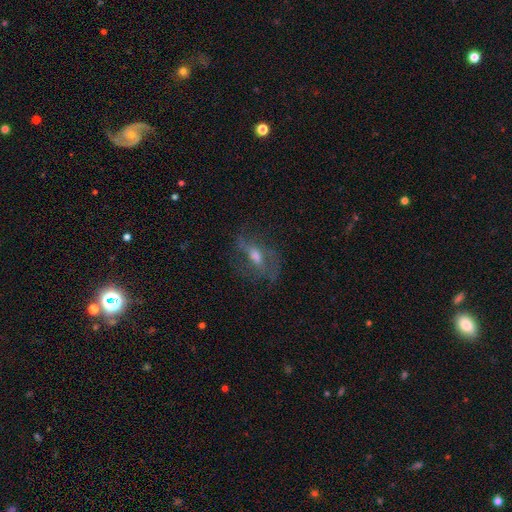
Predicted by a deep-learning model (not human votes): Smooth or featured? Predicted: featured or disk (p=0.64). Edge-on disk? Predicted: no (p=0.82). Bar? Predicted: weak (p=0.40). Spiral arms? Predicted: yes (p=0.64). Bulge size? Predicted: moderate (p=0.57). Merging? Predicted: none (p=0.61).